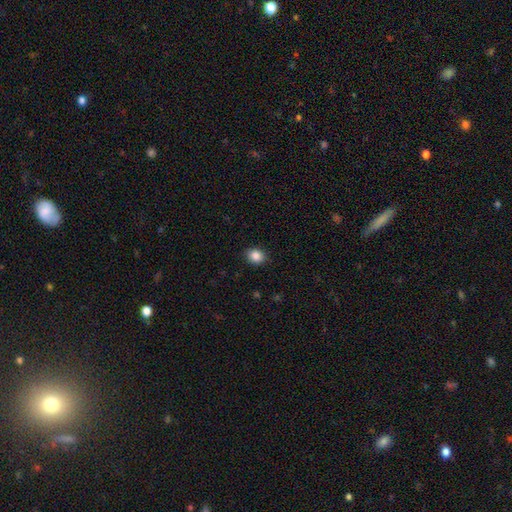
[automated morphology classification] smooth 86%, star or artifact 9%, featured or disk 4%. Down the decision tree: how rounded — round (61%); merging — none (90%).